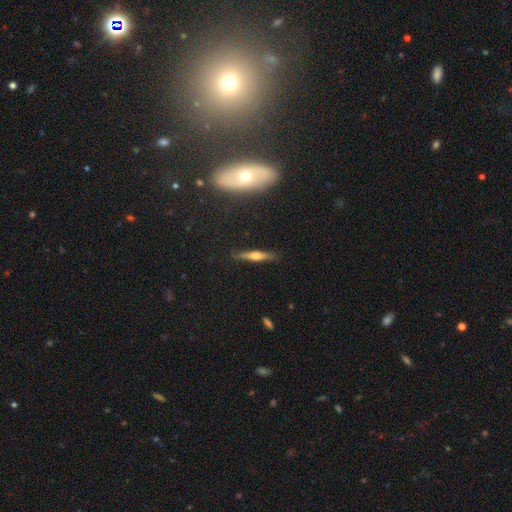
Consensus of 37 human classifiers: A featured or disk galaxy (70%) viewed edge-on (100%) with a rounded central bulge (96%).

Vote fractions:
- Smooth or featured? featured or disk: 70% / smooth: 24% / star or artifact: 5%
- Edge-on disk? yes: 100% / no: 0%
- Edge-on bulge? rounded: 96% / boxy: 4% / none: 0%
- Merging? none: 100% / minor disturbance: 0% / major disturbance: 0% / merger: 0%